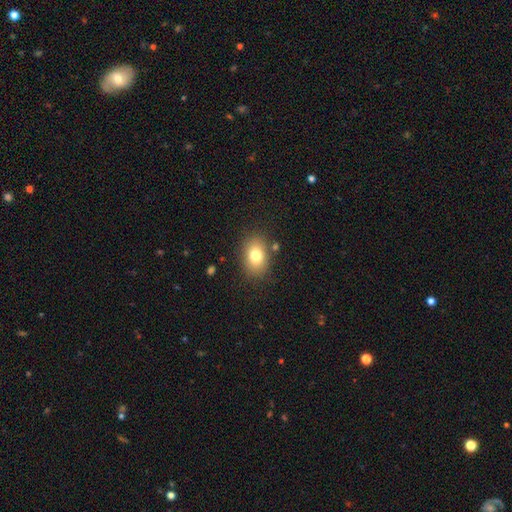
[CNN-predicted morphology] smooth_or_featured: smooth (p=0.78) [alt: featured or disk p=0.12]
how_rounded: in between (p=0.72) [alt: round p=0.27]
merging: none (p=0.83) [alt: minor disturbance p=0.10]